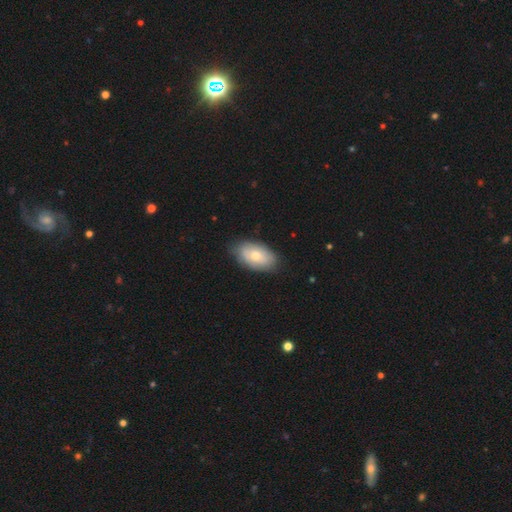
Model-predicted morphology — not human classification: Smooth or featured? Predicted: smooth (p=0.63). How rounded? Predicted: in between (p=0.93). Merging? Predicted: none (p=0.78).